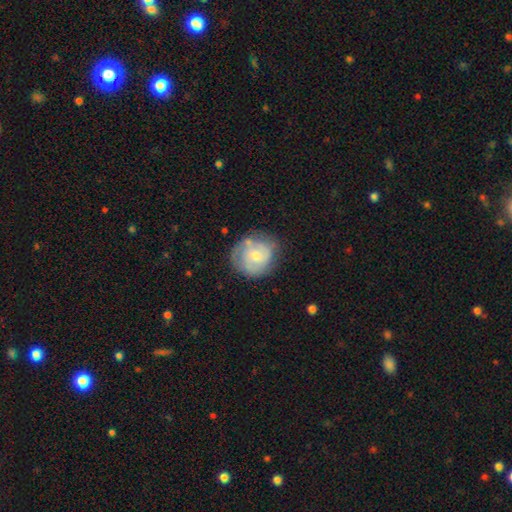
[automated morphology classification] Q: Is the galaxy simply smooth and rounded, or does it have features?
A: featured or disk — 51%.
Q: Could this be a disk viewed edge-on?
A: no — 98%.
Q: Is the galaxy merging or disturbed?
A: none — 64%.